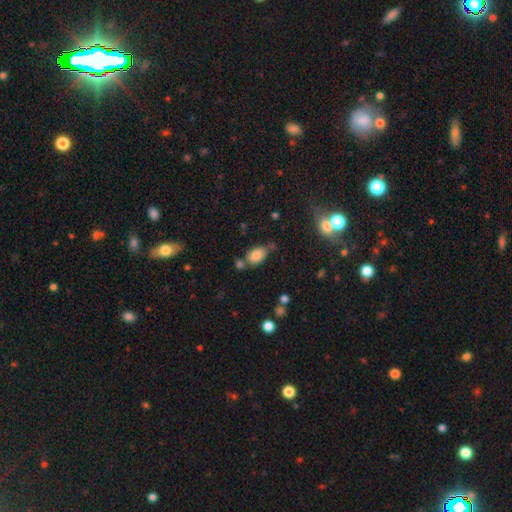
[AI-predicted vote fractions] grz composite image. It shows a smooth galaxy with no disk features (82%) that is in between round and cigar-shaped (85%). Merging: none (54%).